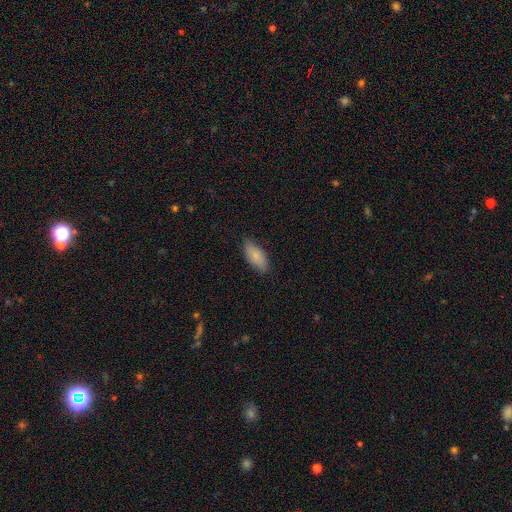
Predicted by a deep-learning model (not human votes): The model was most divided on "merging": none: 82%, minor disturbance: 14%, major disturbance: 2%, merger: 1%. More confident: how rounded — in between (87%); smooth or featured — smooth (83%).